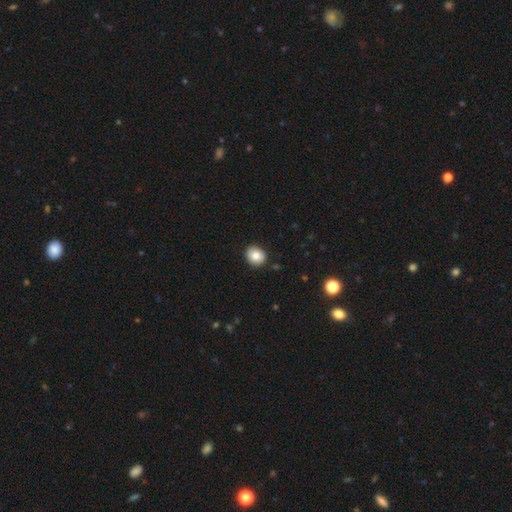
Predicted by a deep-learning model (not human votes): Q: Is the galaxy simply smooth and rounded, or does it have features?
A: smooth — 82%.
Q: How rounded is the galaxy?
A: round — 72%.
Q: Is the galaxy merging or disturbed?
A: none — 88%.